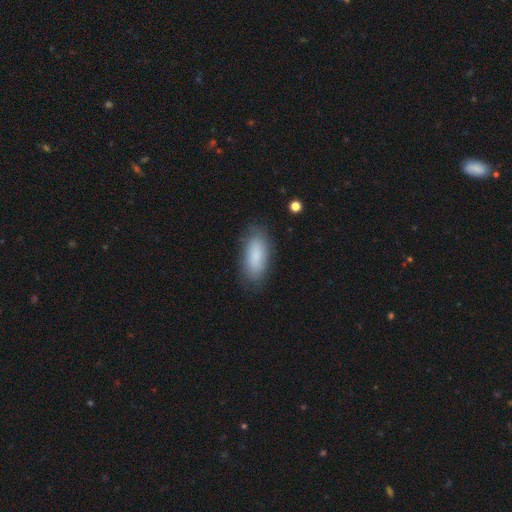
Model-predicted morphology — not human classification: Overall: smooth (82%). How rounded: in between (84%). Merging: none (81%).